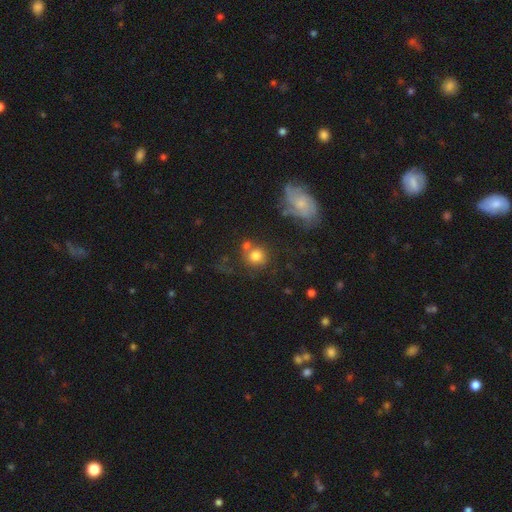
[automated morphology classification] Q: Smooth or featured?
A: smooth (73%); runner-up: featured or disk (15%)
Q: How rounded?
A: round (86%); runner-up: in between (13%)
Q: Merging?
A: none (58%); runner-up: merger (20%)